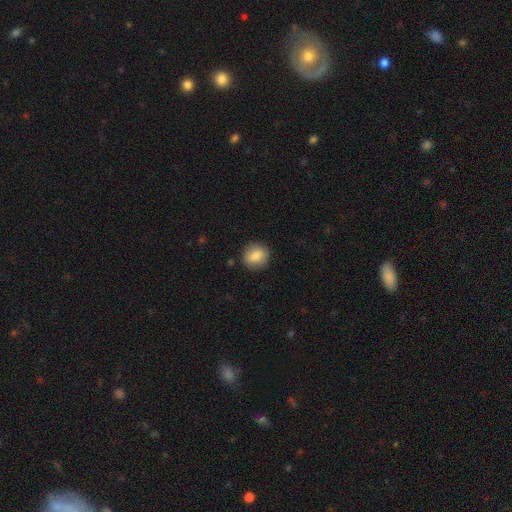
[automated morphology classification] This appears to be a smooth galaxy with no disk features (84%) that is round (78%). Merging: none (87%).